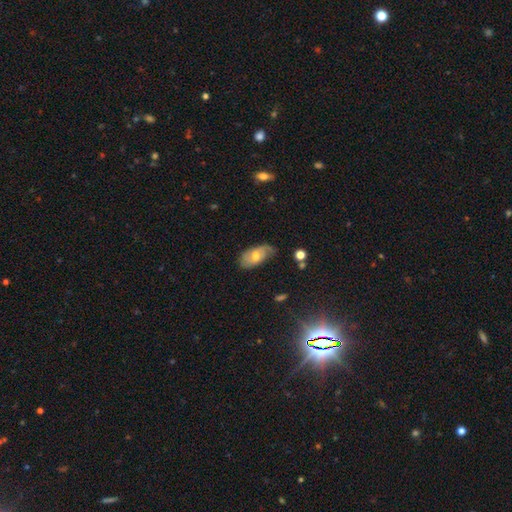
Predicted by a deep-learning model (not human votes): Smooth or featured?
  - featured or disk: 48% *
  - smooth: 44%
  - star or artifact: 8%
Merging?
  - none: 58% *
  - minor disturbance: 32%
  - major disturbance: 8%
  - merger: 2%